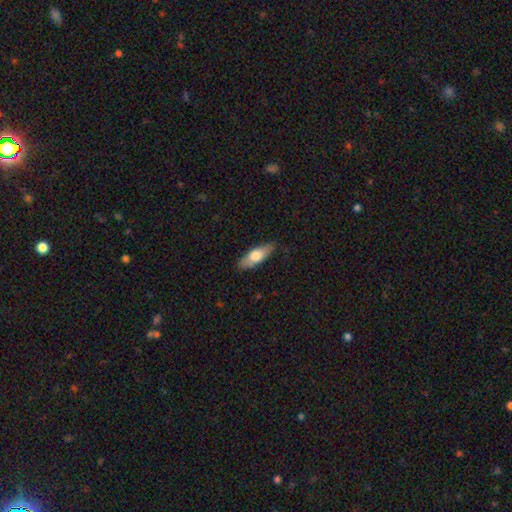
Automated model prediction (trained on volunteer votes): Smooth or featured?
  - smooth: 66% *
  - featured or disk: 28%
  - star or artifact: 6%
How rounded?
  - in between: 62% *
  - cigar-shaped: 36%
  - round: 2%
Merging?
  - none: 84% *
  - minor disturbance: 13%
  - major disturbance: 2%
  - merger: 1%